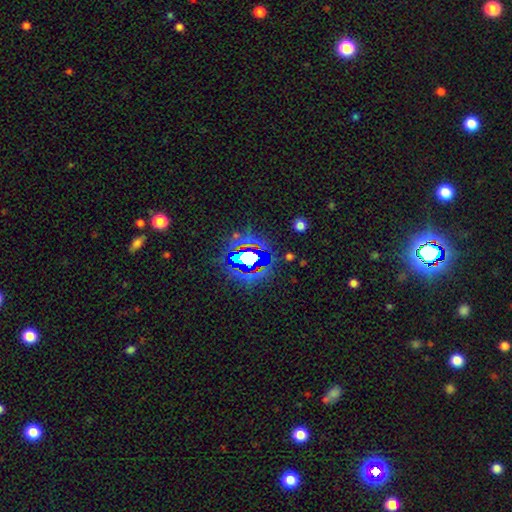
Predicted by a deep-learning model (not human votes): Smooth or featured?
  - star or artifact: 66% *
  - smooth: 19%
  - featured or disk: 15%